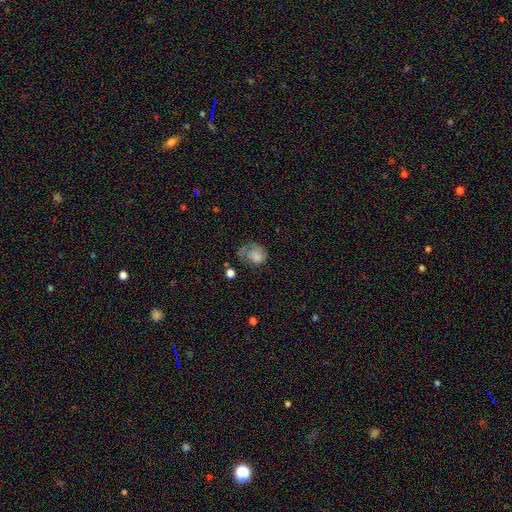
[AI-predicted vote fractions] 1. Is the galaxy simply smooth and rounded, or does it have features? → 70% smooth, 19% featured or disk, 10% star or artifact.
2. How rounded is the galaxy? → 54% round, 45% in between, 1% cigar-shaped.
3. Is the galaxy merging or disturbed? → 40% major disturbance, 28% minor disturbance, 26% none, 6% merger.